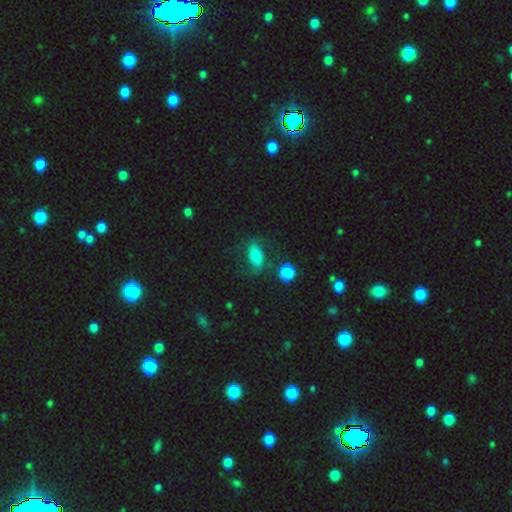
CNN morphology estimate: This is possibly a smooth galaxy (58%). How rounded: clearly in between (82%). Merging: likely none (60%).